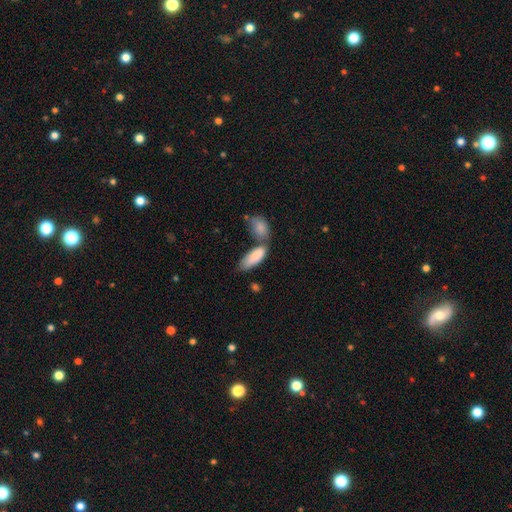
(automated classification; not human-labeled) Smooth or featured? Predicted: smooth (p=0.86). How rounded? Predicted: in between (p=0.81). Merging? Predicted: merger (p=0.48).